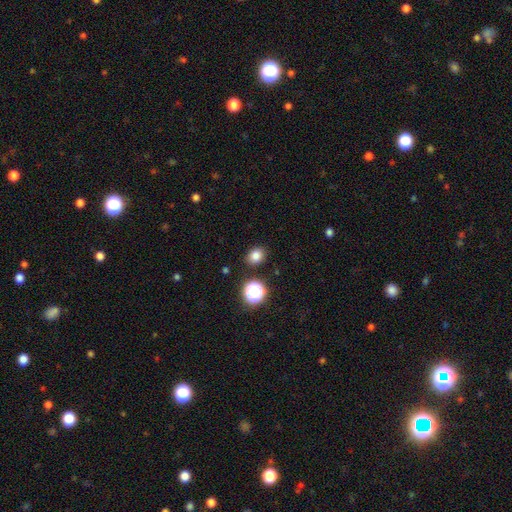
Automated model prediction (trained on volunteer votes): A smooth galaxy with no disk features (80%) that is in between round and cigar-shaped (53%).

Vote fractions:
- Smooth or featured? smooth: 80% / star or artifact: 14% / featured or disk: 6%
- How rounded? in between: 53% / round: 46% / cigar-shaped: 1%
- Merging? none: 87% / minor disturbance: 8% / major disturbance: 2% / merger: 2%